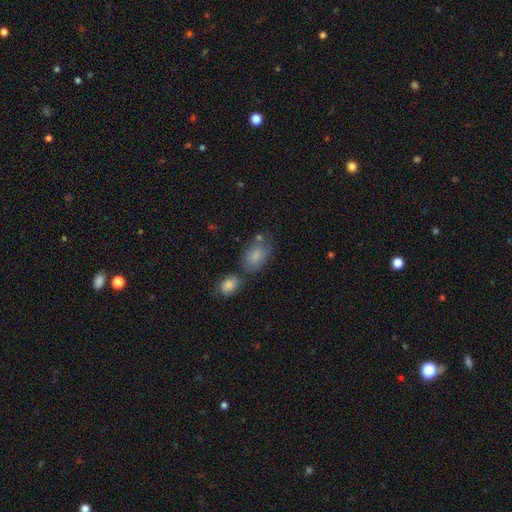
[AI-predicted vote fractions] The model was most divided on "merging": none: 52%, merger: 25%, minor disturbance: 17%, major disturbance: 6%. More confident: how rounded — in between (88%); smooth or featured — smooth (79%).